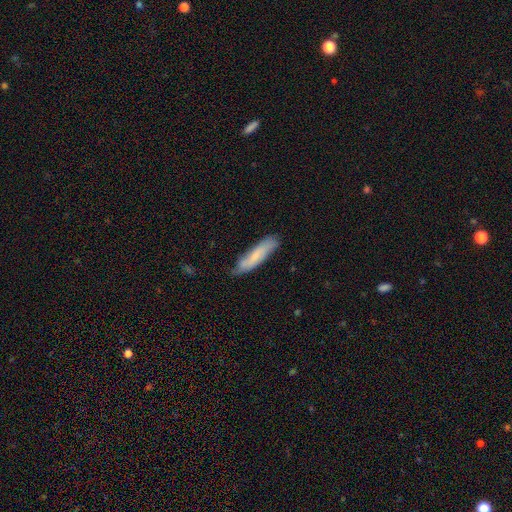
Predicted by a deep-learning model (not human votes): Overall: smooth (66%; featured or disk 28%). How rounded: cigar-shaped (79%). Merging: none (75%).